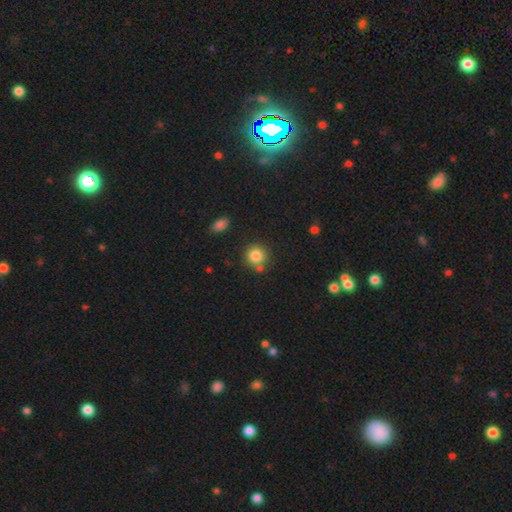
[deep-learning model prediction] This appears to be a smooth galaxy with no disk features (84%) that is round (90%). Merging: none (74%).